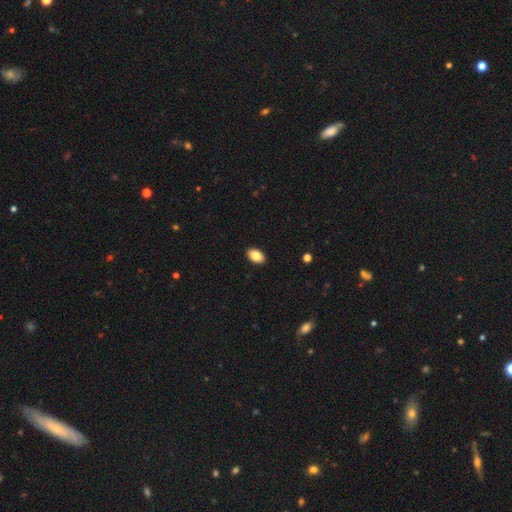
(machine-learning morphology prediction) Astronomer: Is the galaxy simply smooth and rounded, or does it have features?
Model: smooth — 84%.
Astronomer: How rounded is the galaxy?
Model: in between — 92%.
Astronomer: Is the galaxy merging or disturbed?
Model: none — 91%.